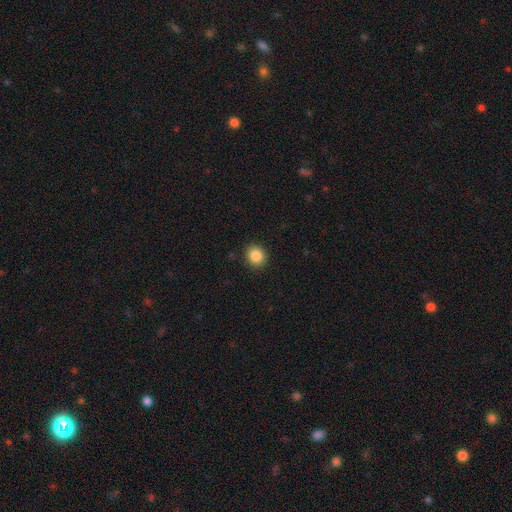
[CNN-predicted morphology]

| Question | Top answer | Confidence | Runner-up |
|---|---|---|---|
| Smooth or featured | smooth | 87% | star or artifact (9%) |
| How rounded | round | 77% | in between (22%) |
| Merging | none | 90% | minor disturbance (7%) |